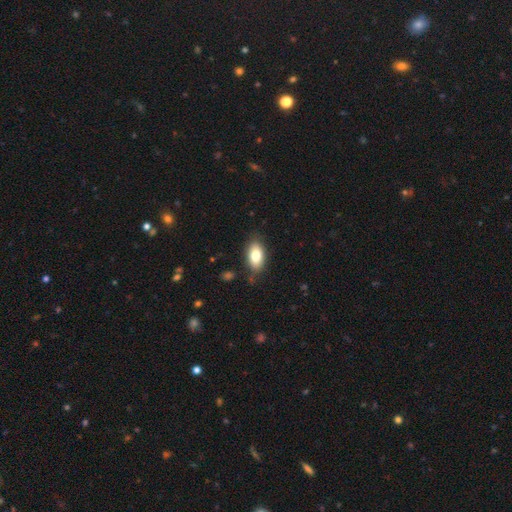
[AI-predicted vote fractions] Q: Smooth or featured?
A: smooth (81%); runner-up: featured or disk (11%)
Q: How rounded?
A: in between (92%); runner-up: round (5%)
Q: Merging?
A: none (81%); runner-up: minor disturbance (14%)